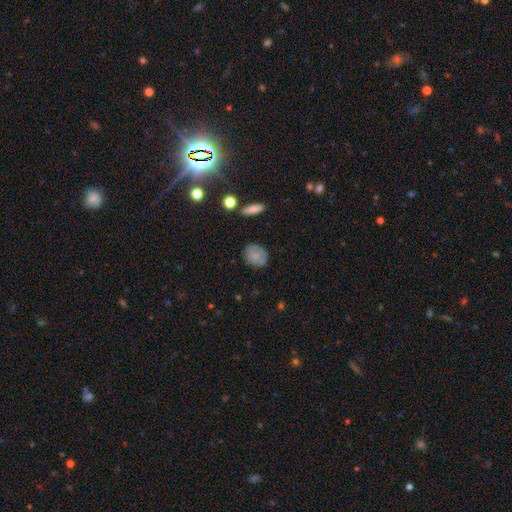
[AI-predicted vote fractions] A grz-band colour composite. It shows a smooth galaxy with no disk features (74%) that is round (59%). Merging: none (76%).